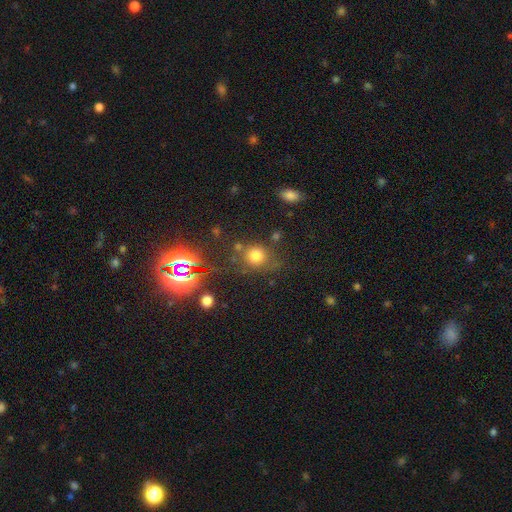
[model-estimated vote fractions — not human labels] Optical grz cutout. It shows a smooth galaxy with no disk features (71%) that is round (82%). Merging: none (68%).